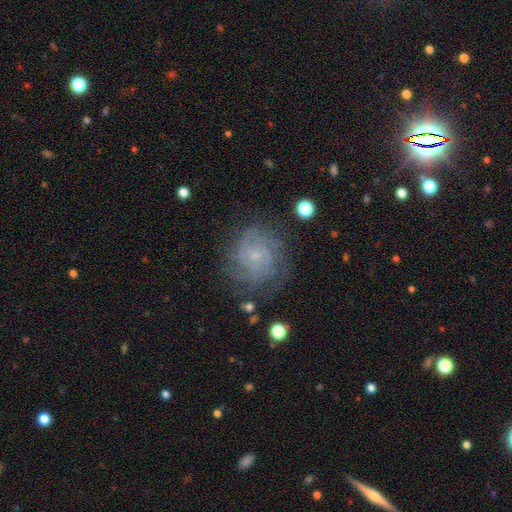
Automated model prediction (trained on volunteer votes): This is likely a featured or disk galaxy (73%). It is clearly not viewed edge-on (98%). Bar: likely no (72%). Spiral arm pattern: clearly yes (91%). Spiral arm count: marginally can't tell (41%). Spiral winding: likely tight (64%). Central bulge: likely small (77%). Merging: likely none (72%).